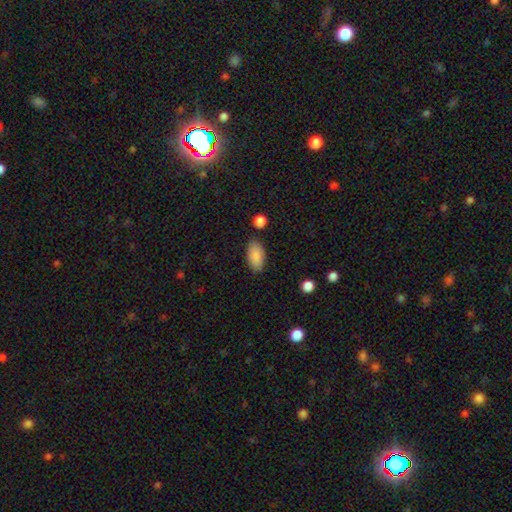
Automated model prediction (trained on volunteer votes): smooth-or-featured: smooth: 88% | star or artifact: 7% | featured or disk: 5%
  how-rounded: in between: 94% | cigar-shaped: 3% | round: 3%
  merging: none: 83% | minor disturbance: 12% | merger: 3% | major disturbance: 3%